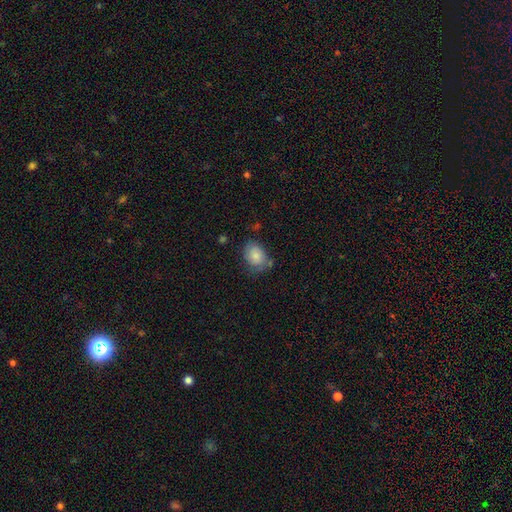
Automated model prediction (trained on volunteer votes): A smooth galaxy with no disk features (78%) that is in between round and cigar-shaped (70%).

Vote fractions:
- Smooth or featured? smooth: 78% / featured or disk: 14% / star or artifact: 8%
- How rounded? in between: 70% / round: 29% / cigar-shaped: 1%
- Merging? none: 59% / minor disturbance: 26% / major disturbance: 8% / merger: 6%